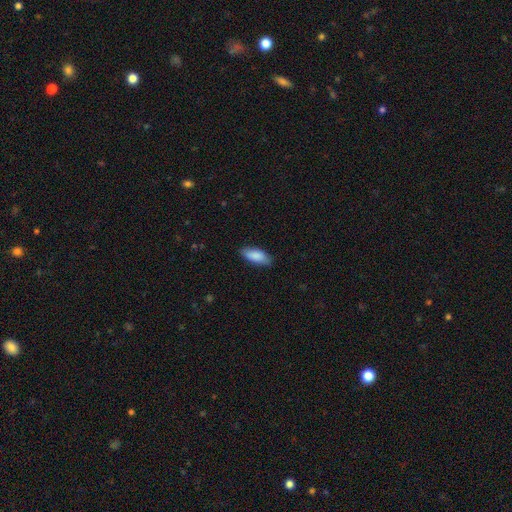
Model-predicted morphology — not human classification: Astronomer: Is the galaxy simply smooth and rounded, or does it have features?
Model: smooth — 88%.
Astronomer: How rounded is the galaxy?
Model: in between — 78%.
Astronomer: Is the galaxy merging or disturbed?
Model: none — 85%.